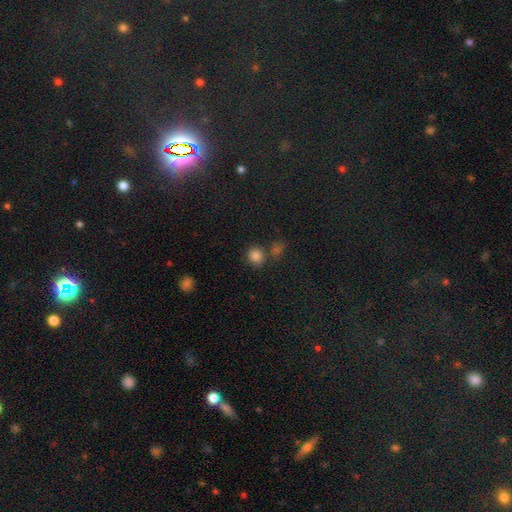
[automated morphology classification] Smooth or featured?
  - smooth: 82% *
  - star or artifact: 14%
  - featured or disk: 4%
How rounded?
  - round: 88% *
  - in between: 11%
  - cigar-shaped: 1%
Merging?
  - none: 69% *
  - merger: 18%
  - minor disturbance: 9%
  - major disturbance: 4%